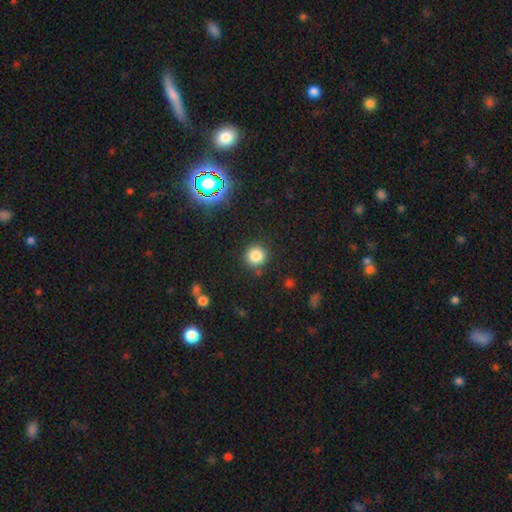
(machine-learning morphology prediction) Smooth or featured?
  - smooth: 81% *
  - star or artifact: 14%
  - featured or disk: 5%
How rounded?
  - round: 93% *
  - in between: 6%
  - cigar-shaped: 1%
Merging?
  - none: 86% *
  - minor disturbance: 8%
  - merger: 3%
  - major disturbance: 3%